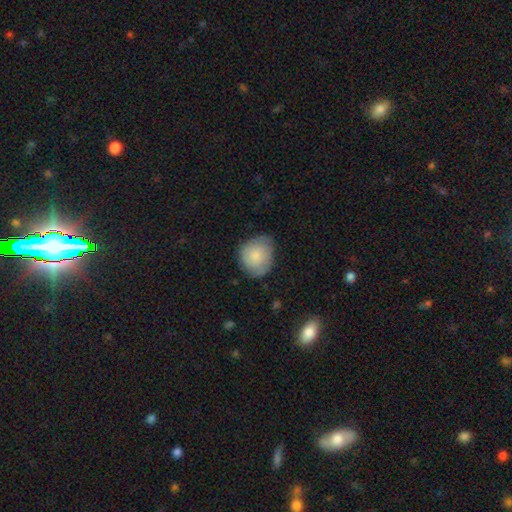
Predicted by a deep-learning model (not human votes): smooth 76%, featured or disk 17%, star or artifact 7%. Down the decision tree: how rounded — round (69%); merging — none (60%).